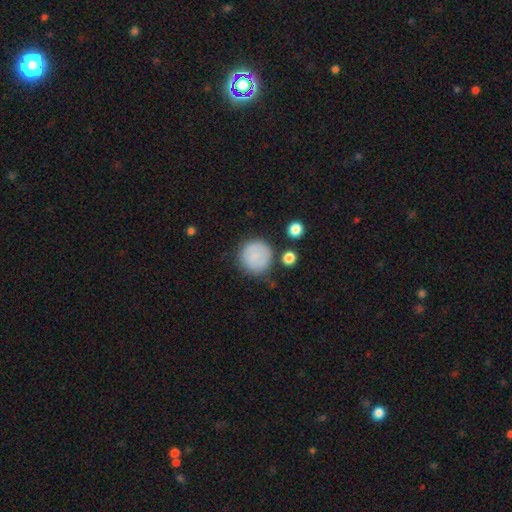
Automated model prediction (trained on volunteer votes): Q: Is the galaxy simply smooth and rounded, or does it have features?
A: smooth — 81%.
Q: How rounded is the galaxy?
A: round — 94%.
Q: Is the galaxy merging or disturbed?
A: none — 77%.